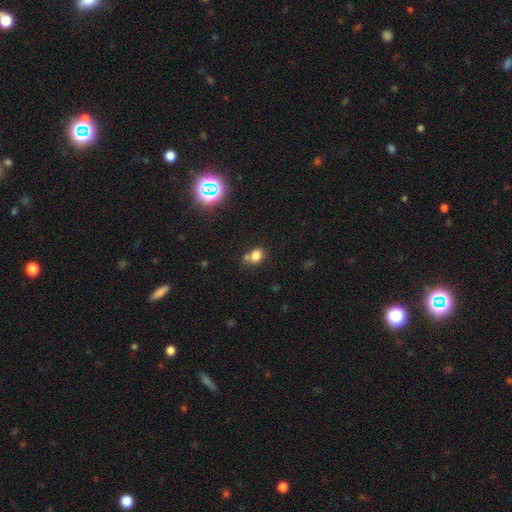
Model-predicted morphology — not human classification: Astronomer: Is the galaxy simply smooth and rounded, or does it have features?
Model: smooth — 79%.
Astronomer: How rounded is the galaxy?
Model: in between — 51% (runner-up: round, 48%).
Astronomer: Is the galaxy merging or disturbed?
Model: none — 54%.